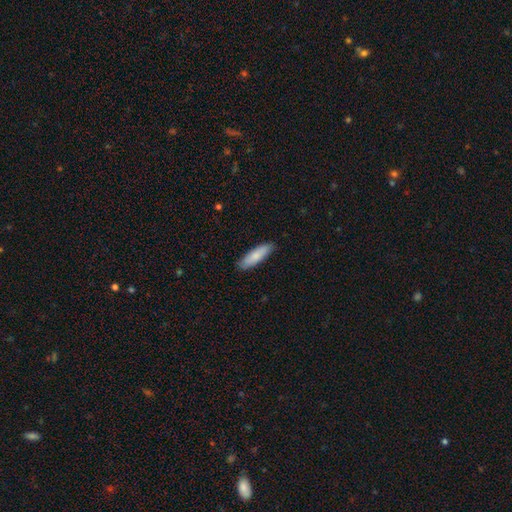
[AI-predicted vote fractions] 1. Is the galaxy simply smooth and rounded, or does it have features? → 82% smooth, 12% featured or disk, 5% star or artifact.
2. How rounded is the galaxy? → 55% cigar-shaped, 43% in between, 1% round.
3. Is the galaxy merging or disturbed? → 87% none, 10% minor disturbance, 2% major disturbance, 1% merger.